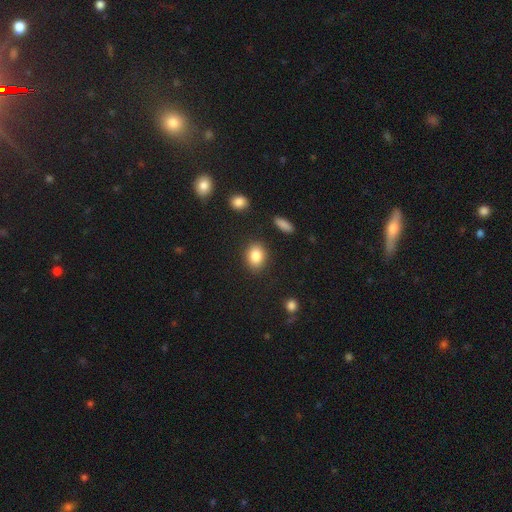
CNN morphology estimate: smooth_or_featured: smooth (p=0.85) [alt: star or artifact p=0.08]
how_rounded: in between (p=0.57) [alt: round p=0.42]
merging: none (p=0.86) [alt: minor disturbance p=0.09]